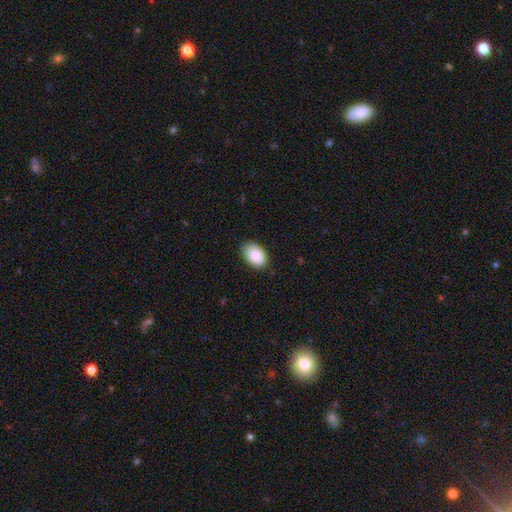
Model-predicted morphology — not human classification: Smooth or featured?
  - smooth: 89% *
  - star or artifact: 7%
  - featured or disk: 4%
How rounded?
  - in between: 88% *
  - round: 11%
  - cigar-shaped: 1%
Merging?
  - none: 82% *
  - minor disturbance: 15%
  - major disturbance: 2%
  - merger: 1%